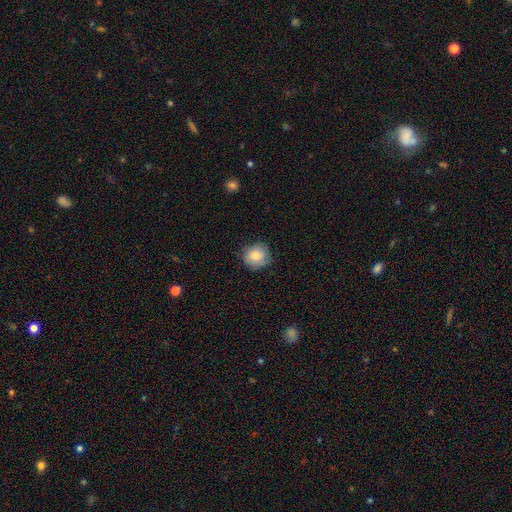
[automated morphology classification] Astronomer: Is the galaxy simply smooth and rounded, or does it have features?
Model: smooth — 81%.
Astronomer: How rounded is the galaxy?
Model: round — 85%.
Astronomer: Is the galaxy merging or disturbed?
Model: none — 77%.